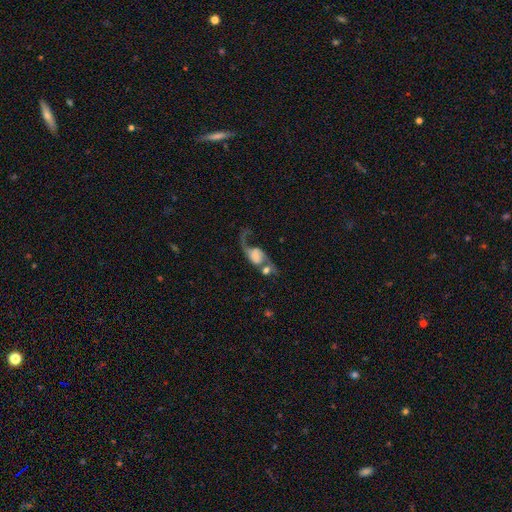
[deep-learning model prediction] This appears to be a featured or disk galaxy (65%) with no bar (71%), 2 (69%) loose (86%) spiral arms (85%) and no central bulge (41%). Merging: merger (40%).